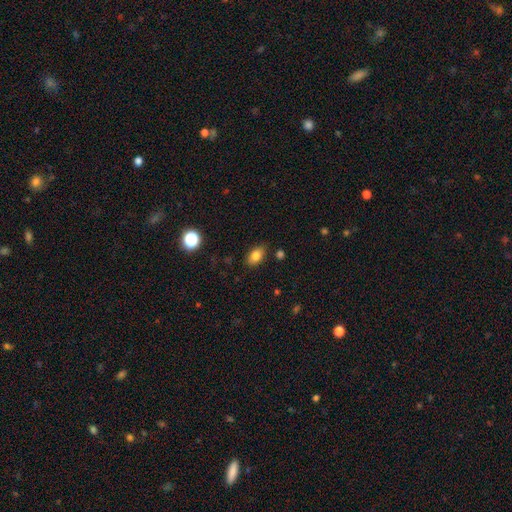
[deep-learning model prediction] Overall: smooth (82%). How rounded: in between (86%). Merging: none (84%).